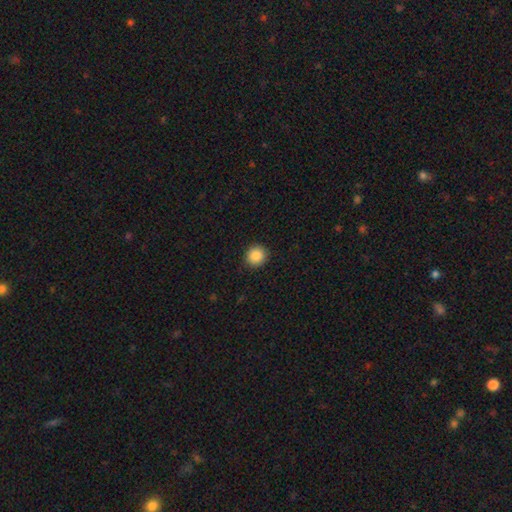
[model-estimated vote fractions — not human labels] A smooth galaxy with no disk features (87%) that is round (90%).

Vote fractions:
- Smooth or featured? smooth: 87% / star or artifact: 9% / featured or disk: 4%
- How rounded? round: 90% / in between: 9% / cigar-shaped: 1%
- Merging? none: 91% / minor disturbance: 6% / major disturbance: 2% / merger: 1%